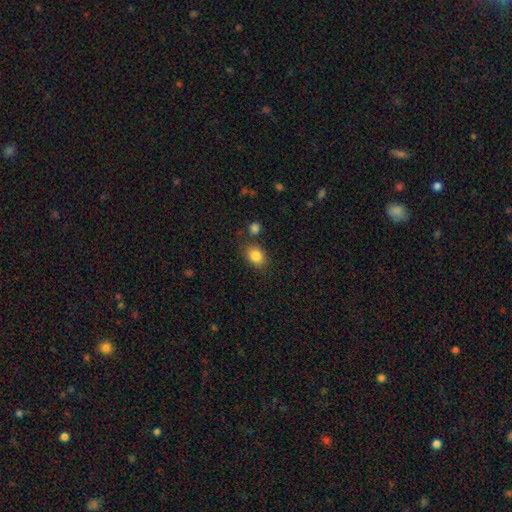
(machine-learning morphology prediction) A smooth galaxy with no disk features (85%) that is in between round and cigar-shaped (64%).

Vote fractions:
- Smooth or featured? smooth: 85% / star or artifact: 9% / featured or disk: 6%
- How rounded? in between: 64% / round: 35% / cigar-shaped: 1%
- Merging? none: 78% / minor disturbance: 12% / merger: 7% / major disturbance: 4%